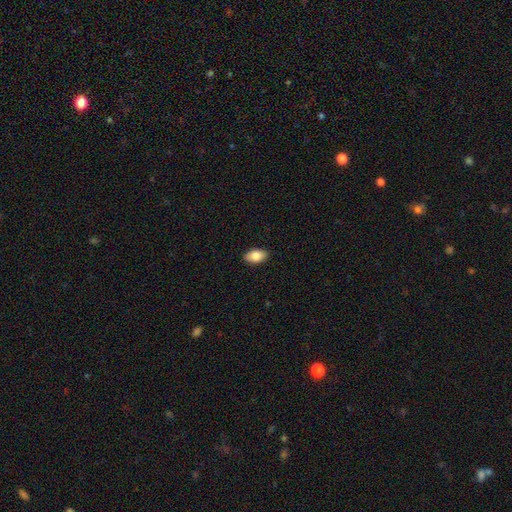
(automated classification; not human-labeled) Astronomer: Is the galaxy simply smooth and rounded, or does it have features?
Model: smooth — 84%.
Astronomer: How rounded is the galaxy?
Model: in between — 93%.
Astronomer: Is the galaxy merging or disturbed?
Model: none — 89%.